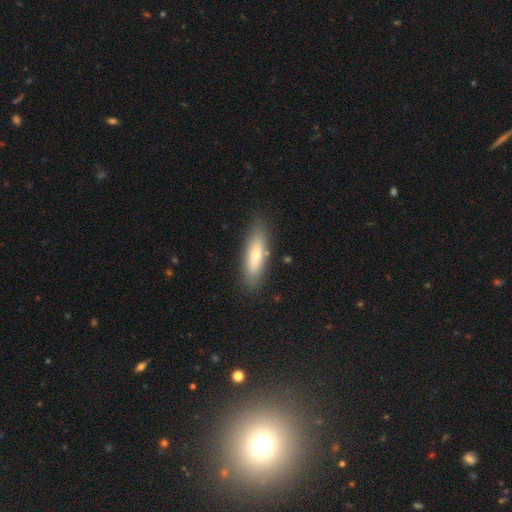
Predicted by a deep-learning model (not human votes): Overall: smooth (67%). How rounded: cigar-shaped (55%; in between 43%). Merging: none (83%).